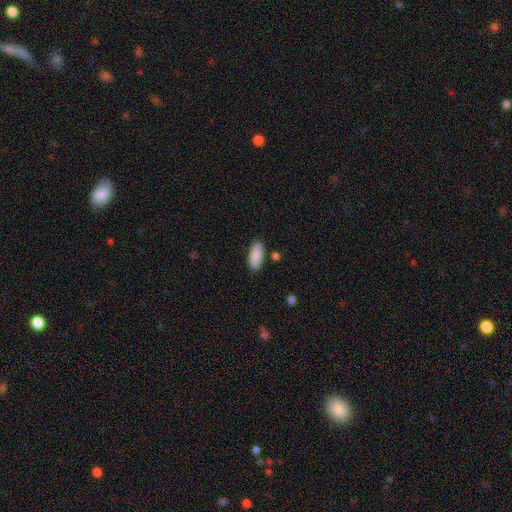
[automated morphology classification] type=smooth (89%); roundness=in between (86%); merging=none (84%).